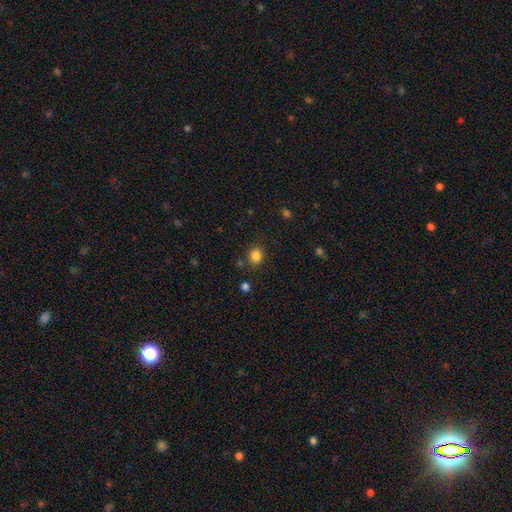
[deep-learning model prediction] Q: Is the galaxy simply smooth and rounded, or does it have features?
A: smooth — 84%.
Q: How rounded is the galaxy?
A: round — 72%.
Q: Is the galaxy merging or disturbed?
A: none — 82%.